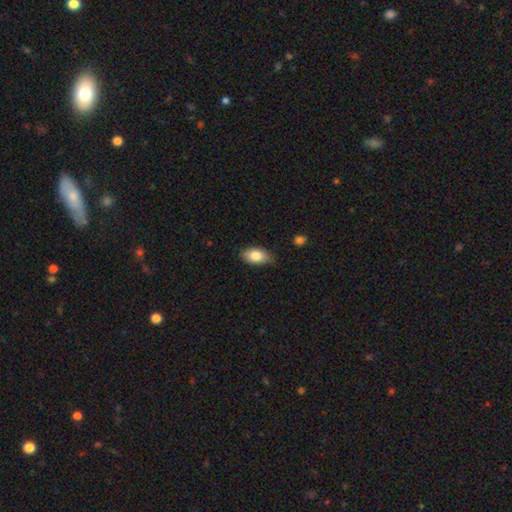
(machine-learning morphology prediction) smooth 83%, featured or disk 10%, star or artifact 7%. Down the decision tree: how rounded — in between (92%); merging — none (79%).